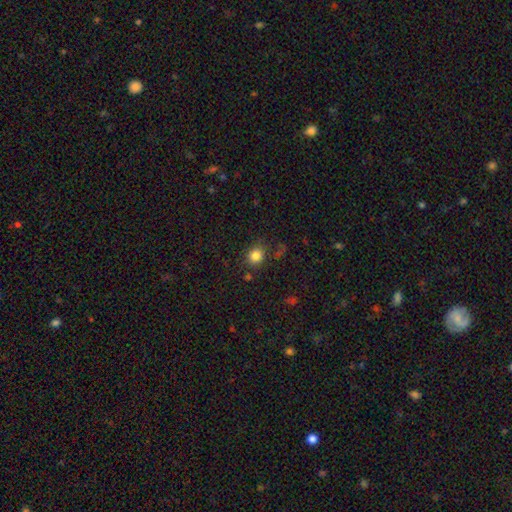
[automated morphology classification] smooth 83%, star or artifact 12%, featured or disk 6%. Down the decision tree: how rounded — round (74%); merging — none (77%).